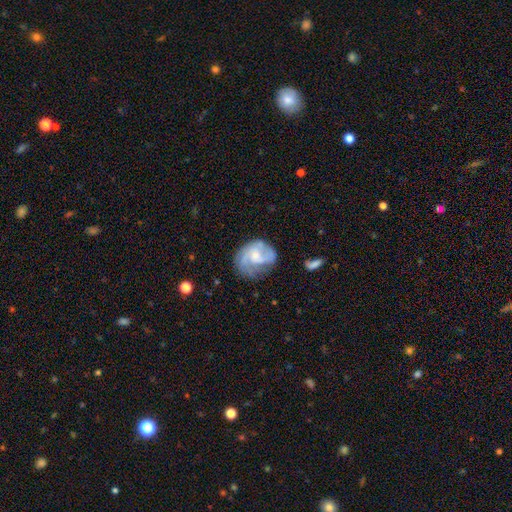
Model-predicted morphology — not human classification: Overall: featured or disk (71%). Edge-on disk: no (98%). Bar: no (60%; weak 35%). Spiral arms: yes (87%). Spiral arm count: 2 (44%; can't tell 22%). Spiral winding: medium (44%; loose 29%). Bulge size: small (51%; moderate 34%). Merging: none (51%; minor disturbance 25%).